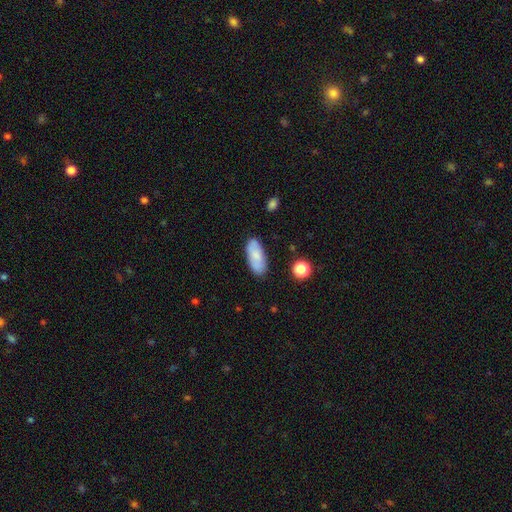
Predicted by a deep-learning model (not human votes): Overall: smooth (77%). How rounded: in between (85%). Merging: none (81%).